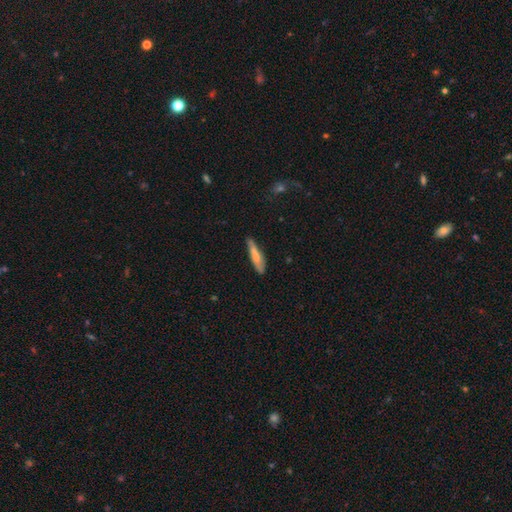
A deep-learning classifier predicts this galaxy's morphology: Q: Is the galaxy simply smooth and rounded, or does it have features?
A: smooth — 68%.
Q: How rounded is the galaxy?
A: cigar-shaped — 82%.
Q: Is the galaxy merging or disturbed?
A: none — 69%.